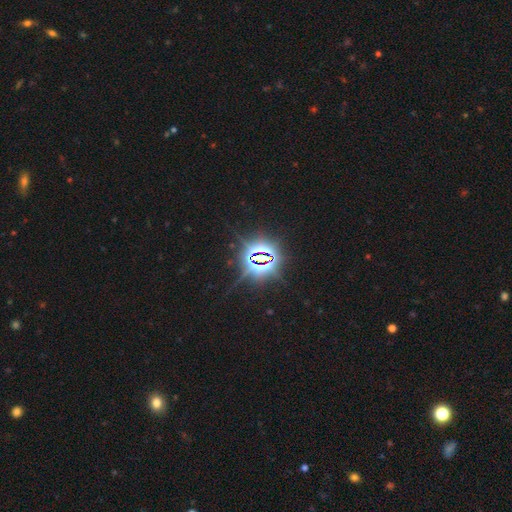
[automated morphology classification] smooth_or_featured: star or artifact (p=0.84) [alt: smooth p=0.08]